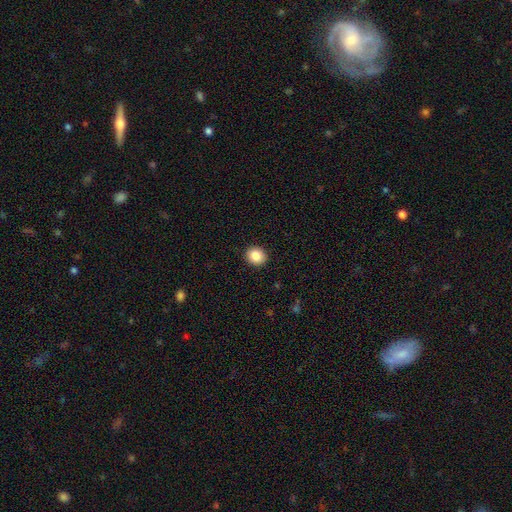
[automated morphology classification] Q: Smooth or featured?
A: smooth (85%); runner-up: star or artifact (9%)
Q: How rounded?
A: round (81%); runner-up: in between (18%)
Q: Merging?
A: none (92%); runner-up: minor disturbance (5%)